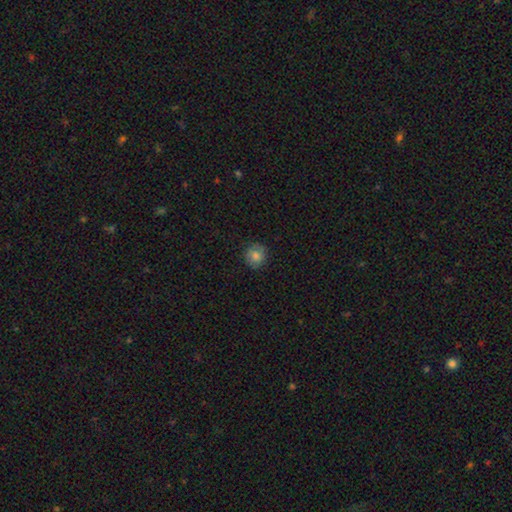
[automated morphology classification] This is likely a smooth galaxy (75%). How rounded: clearly round (85%). Merging: clearly none (83%).